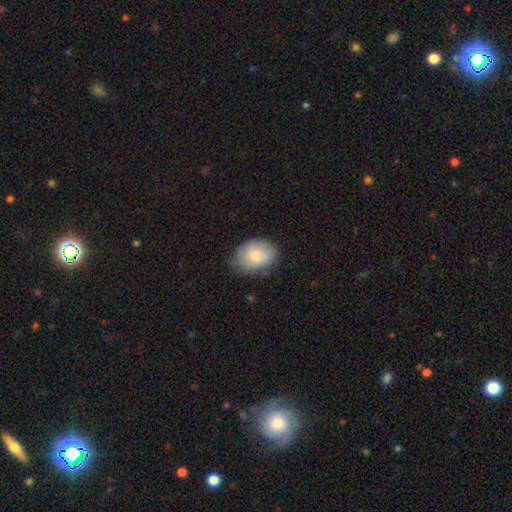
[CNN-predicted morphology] Smooth or featured? Predicted: smooth (p=0.78). How rounded? Predicted: in between (p=0.72). Merging? Predicted: none (p=0.68).